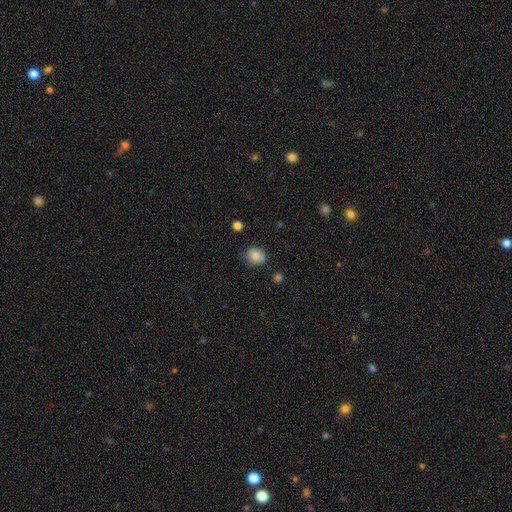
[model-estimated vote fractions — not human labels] A smooth galaxy with no disk features (83%) that is round (71%).

Vote fractions:
- Smooth or featured? smooth: 83% / star or artifact: 9% / featured or disk: 8%
- How rounded? round: 71% / in between: 28% / cigar-shaped: 1%
- Merging? none: 76% / minor disturbance: 19% / major disturbance: 3% / merger: 2%